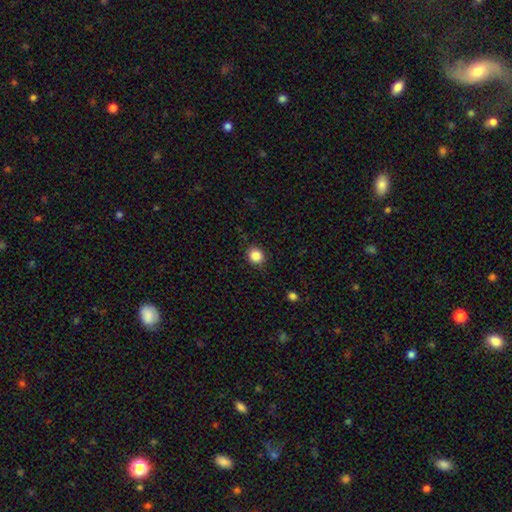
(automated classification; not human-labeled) Morphology: type=smooth (86%); roundness=round (81%); merging=none (88%).